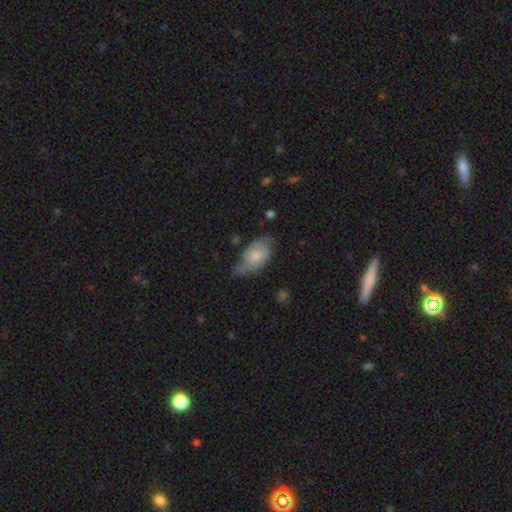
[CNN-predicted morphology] A smooth galaxy with no disk features (64%) that is in between round and cigar-shaped (92%). Merging: none (50%).